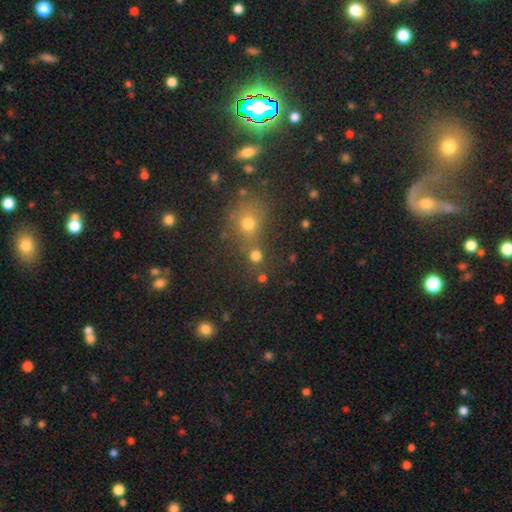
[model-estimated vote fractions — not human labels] smooth 72%, star or artifact 20%, featured or disk 7%. Down the decision tree: how rounded — round (88%); merging — none (62%).